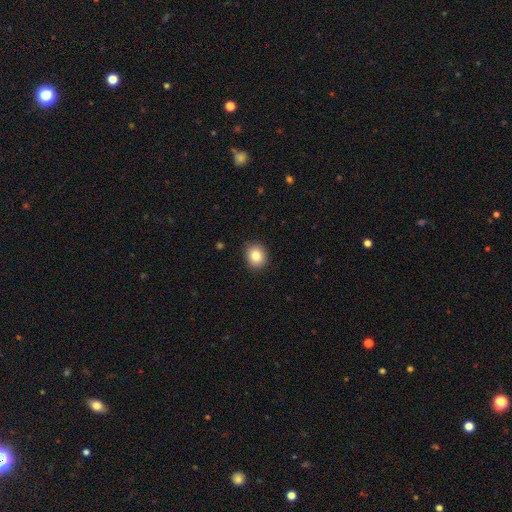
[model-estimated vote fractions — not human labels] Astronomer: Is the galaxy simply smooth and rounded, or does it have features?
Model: smooth — 84%.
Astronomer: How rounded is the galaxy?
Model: round — 70%.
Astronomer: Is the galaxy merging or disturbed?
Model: none — 90%.